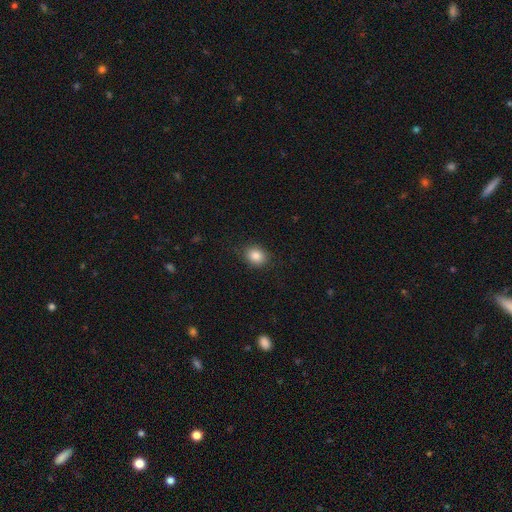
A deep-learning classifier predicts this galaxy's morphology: This appears to be a smooth galaxy with no disk features (86%) that is round (54%). Merging: none (84%).